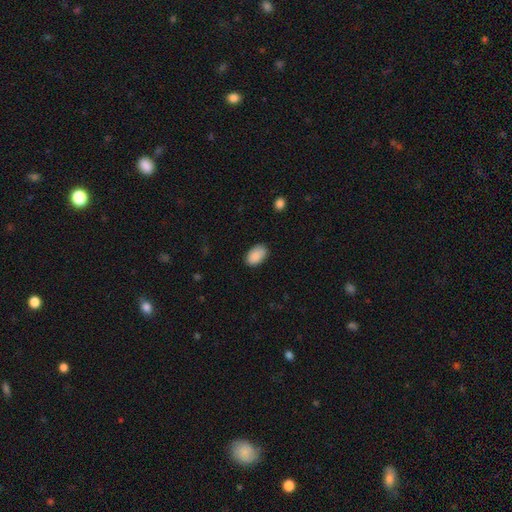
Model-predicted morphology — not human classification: The model was most divided on "merging": none: 82%, minor disturbance: 14%, major disturbance: 3%, merger: 1%. More confident: how rounded — in between (92%); smooth or featured — smooth (90%).